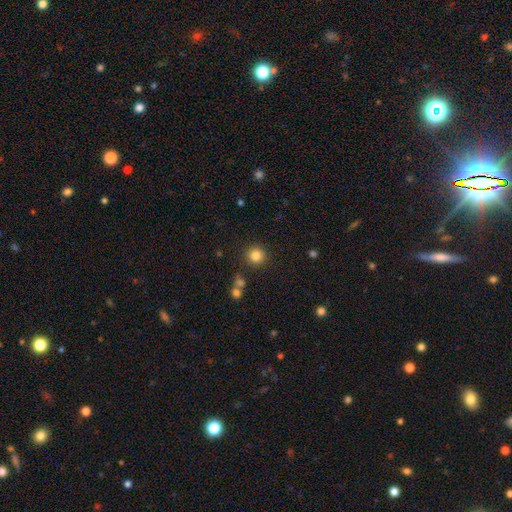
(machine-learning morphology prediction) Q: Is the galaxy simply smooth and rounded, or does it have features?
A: smooth — 83%.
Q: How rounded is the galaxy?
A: round — 93%.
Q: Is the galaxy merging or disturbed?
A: none — 87%.